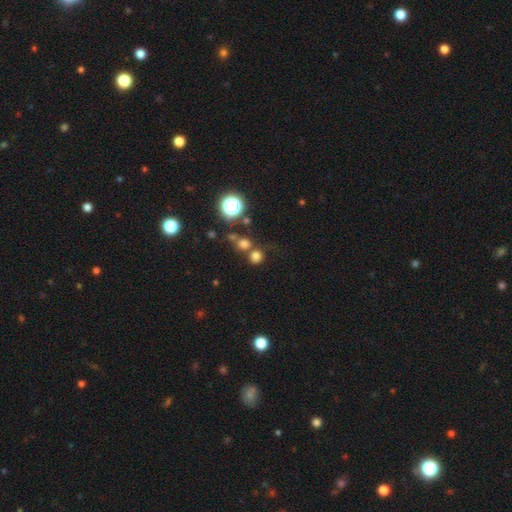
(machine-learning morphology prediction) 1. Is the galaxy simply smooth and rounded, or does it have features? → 71% smooth, 23% star or artifact, 7% featured or disk.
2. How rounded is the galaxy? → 88% round, 11% in between, 1% cigar-shaped.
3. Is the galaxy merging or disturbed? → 65% none, 22% merger, 8% minor disturbance, 4% major disturbance.